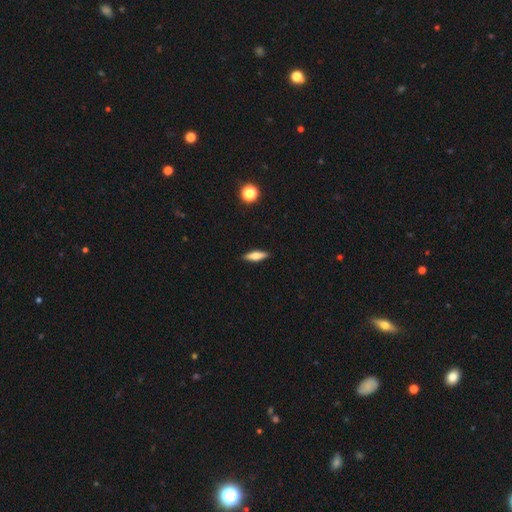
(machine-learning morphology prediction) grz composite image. It shows a smooth galaxy with no disk features (70%) that is cigar-shaped (54%). Merging: none (90%).